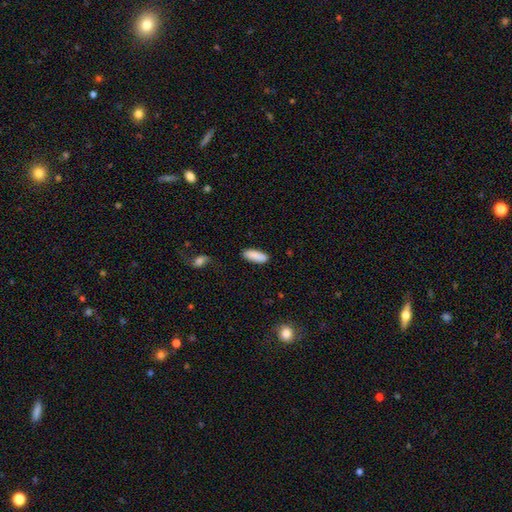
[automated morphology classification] Smooth or featured: smooth — 89% (star or artifact — 6%)
How rounded: in between — 70% (cigar-shaped — 28%)
Merging: none — 85% (minor disturbance — 10%)